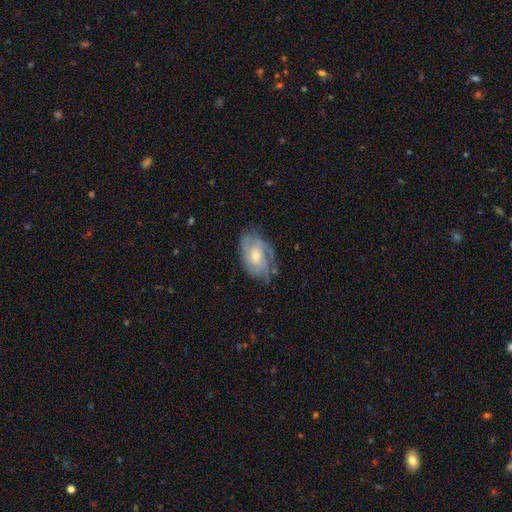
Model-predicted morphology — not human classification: Smooth or featured? featured or disk (75%)
Edge-on disk? no (96%)
Bar? no (73%)
Spiral arms? yes (91%)
Spiral winding? tight (60%)
Spiral arm count? can't tell (39%)
Bulge size? small (48%)
Merging? none (66%)